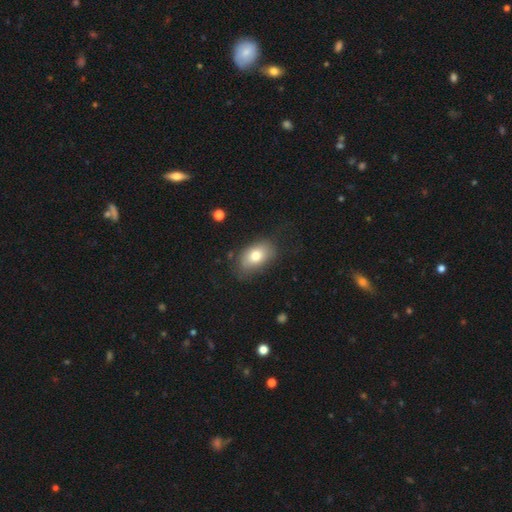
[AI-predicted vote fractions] A smooth galaxy with no disk features (76%) that is in between round and cigar-shaped (90%). Merging: none (68%).